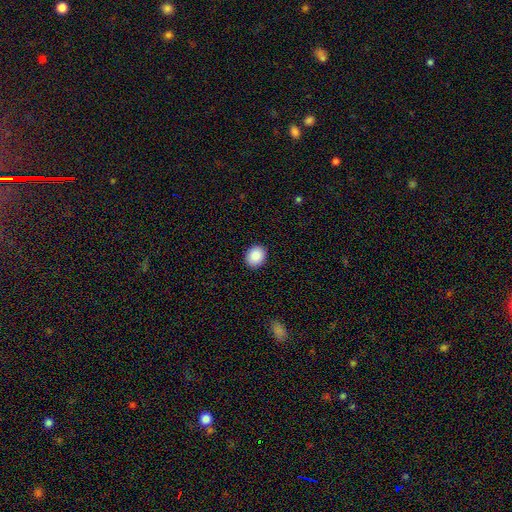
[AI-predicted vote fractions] Smooth or featured?
  - smooth: 89% *
  - star or artifact: 8%
  - featured or disk: 4%
How rounded?
  - round: 61% *
  - in between: 38%
  - cigar-shaped: 1%
Merging?
  - none: 91% *
  - minor disturbance: 6%
  - major disturbance: 2%
  - merger: 1%